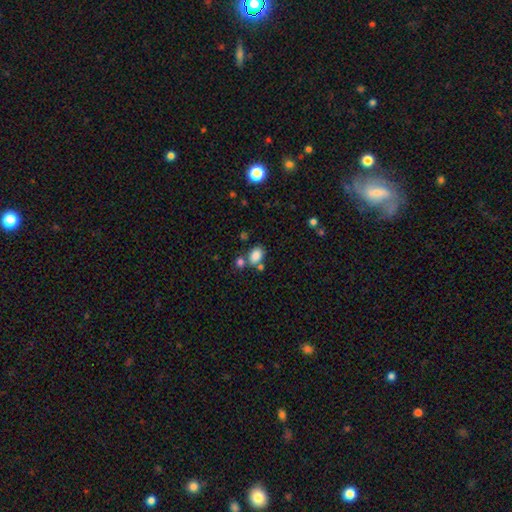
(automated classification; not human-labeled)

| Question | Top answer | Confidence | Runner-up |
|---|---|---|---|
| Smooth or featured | smooth | 83% | star or artifact (10%) |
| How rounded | in between | 81% | round (18%) |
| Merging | none | 58% | merger (24%) |